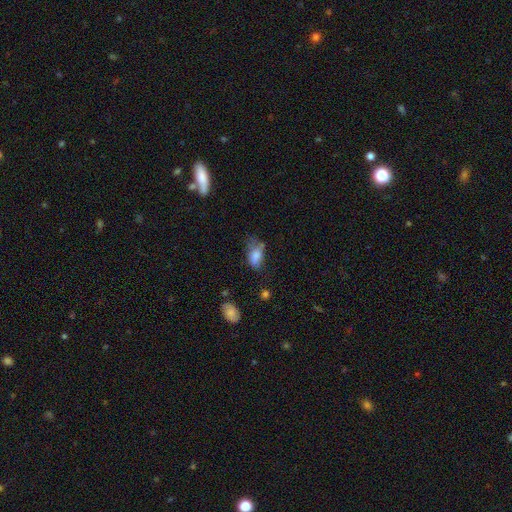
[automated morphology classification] Smooth or featured? smooth (73%)
How rounded? in between (89%)
Merging? none (35%, tied with minor disturbance)